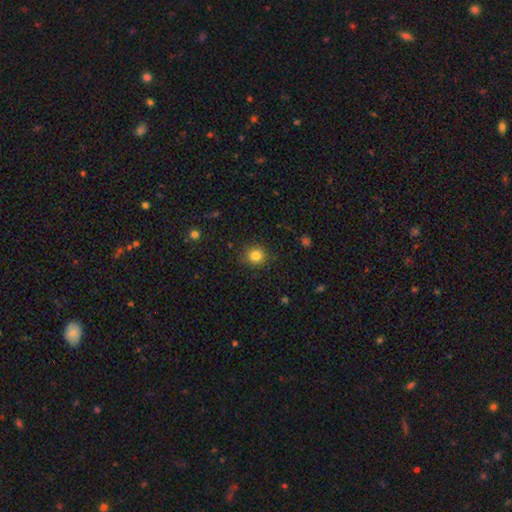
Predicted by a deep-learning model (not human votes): This is clearly a smooth galaxy (83%). How rounded: clearly round (91%). Merging: clearly none (89%).